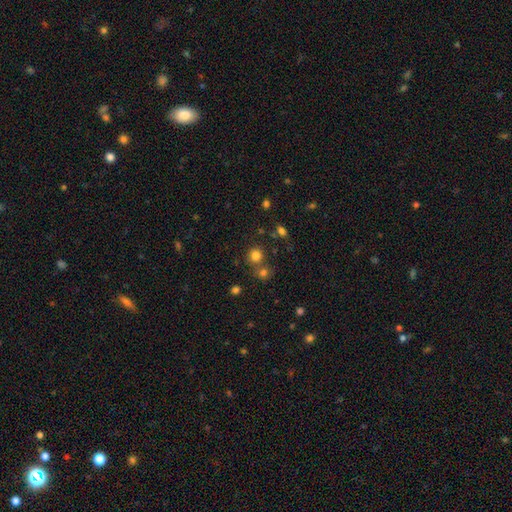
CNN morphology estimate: Smooth or featured: smooth — 77% (star or artifact — 17%)
How rounded: round — 89% (in between — 10%)
Merging: none — 68% (merger — 21%)